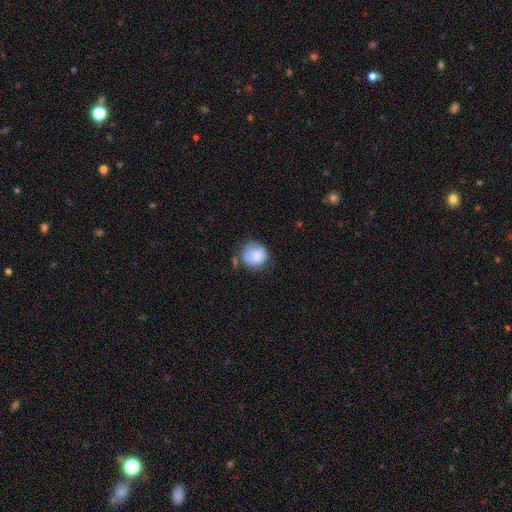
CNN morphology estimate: smooth 81%, featured or disk 12%, star or artifact 8%. Down the decision tree: how rounded — round (82%); merging — none (51%).